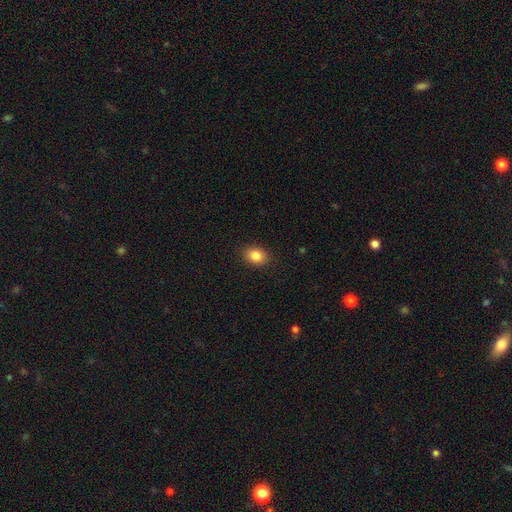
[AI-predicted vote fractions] smooth-or-featured: smooth: 85% | star or artifact: 9% | featured or disk: 6%
  how-rounded: in between: 62% | round: 37% | cigar-shaped: 1%
  merging: none: 89% | minor disturbance: 8% | major disturbance: 2% | merger: 1%